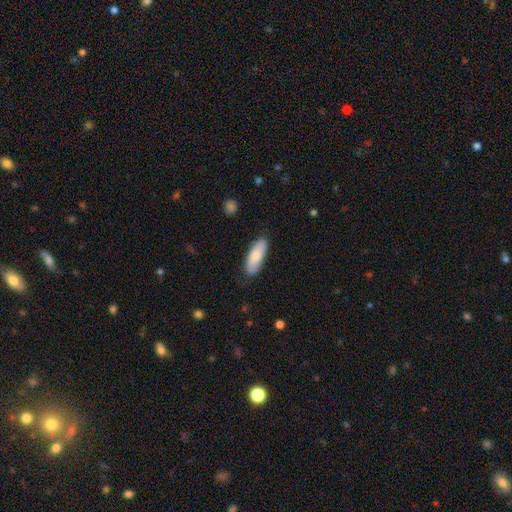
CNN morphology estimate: Smooth or featured? smooth (80%)
How rounded? in between (67%)
Merging? none (84%)